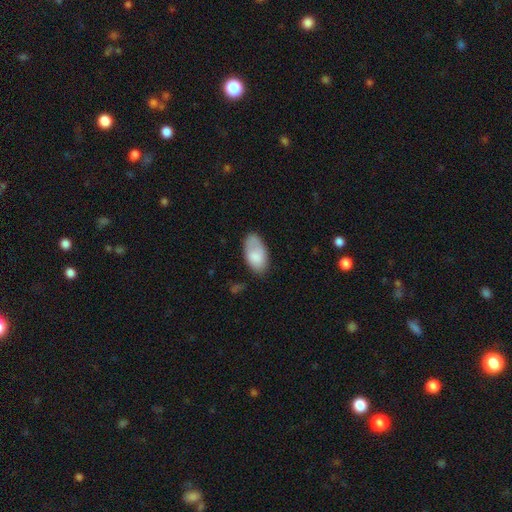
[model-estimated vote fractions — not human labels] Smooth or featured: smooth — 79% (featured or disk — 14%)
How rounded: in between — 95% (round — 3%)
Merging: none — 58% (minor disturbance — 28%)